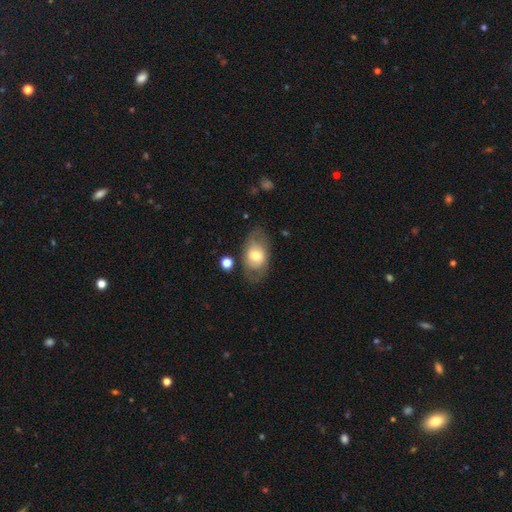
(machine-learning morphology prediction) smooth-or-featured: smooth: 57% | featured or disk: 35% | star or artifact: 7%
  how-rounded: in between: 84% | round: 14% | cigar-shaped: 2%
  merging: none: 68% | minor disturbance: 18% | major disturbance: 10% | merger: 4%